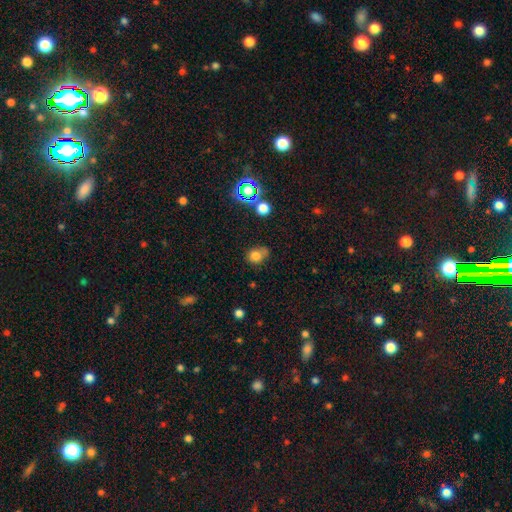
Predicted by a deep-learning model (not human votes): Overall: smooth (77%). How rounded: round (58%; in between 41%). Merging: none (49%; minor disturbance 32%).